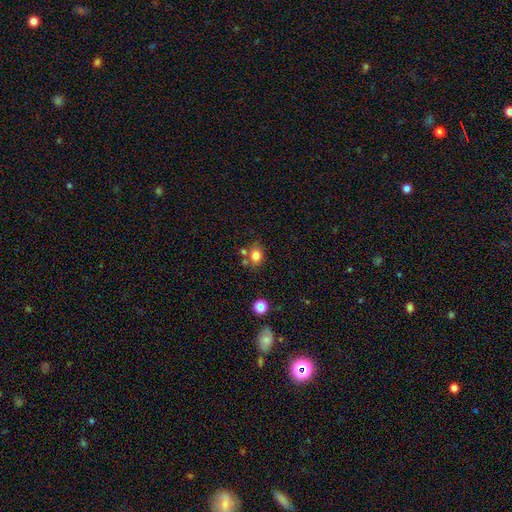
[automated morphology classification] smooth 80%, star or artifact 12%, featured or disk 8%. Down the decision tree: how rounded — in between (52%); merging — none (62%).